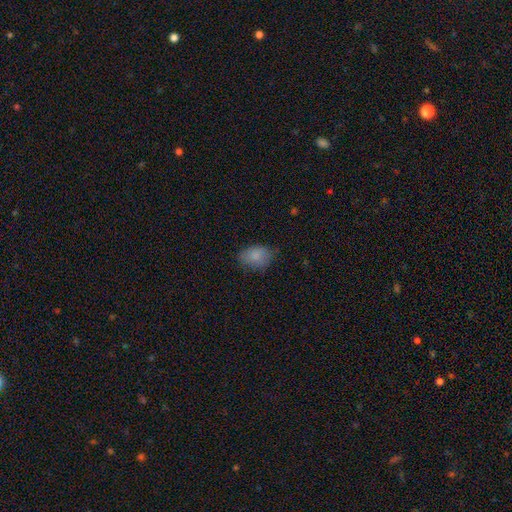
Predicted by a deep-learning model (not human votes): The model was most divided on "merging": none: 70%, minor disturbance: 23%, major disturbance: 5%, merger: 1%. More confident: smooth or featured — smooth (85%); how rounded — in between (78%).